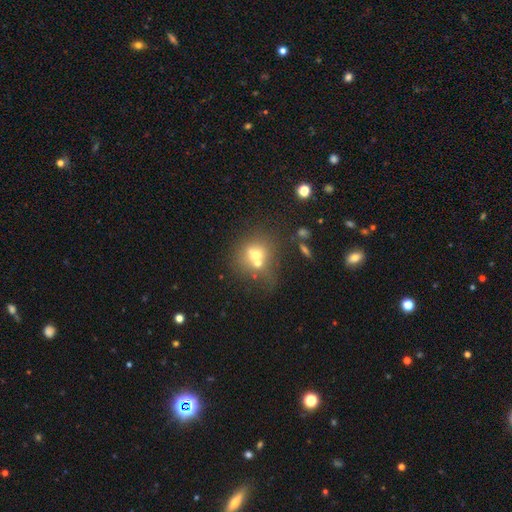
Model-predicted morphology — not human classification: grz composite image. It shows a smooth galaxy with no disk features (59%) that is round (75%). Merging: merger (51%).